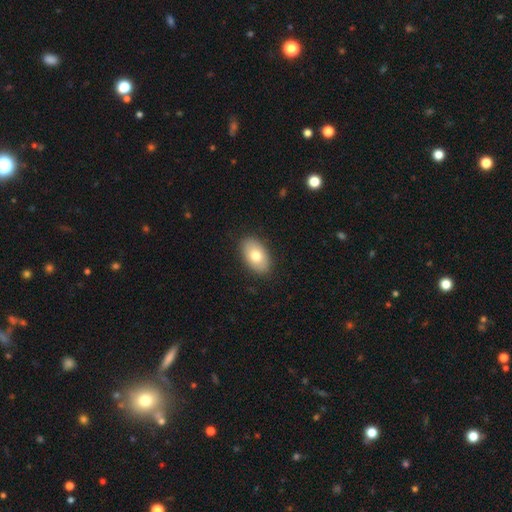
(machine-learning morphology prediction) type=smooth (77%); roundness=in between (93%); merging=none (88%).